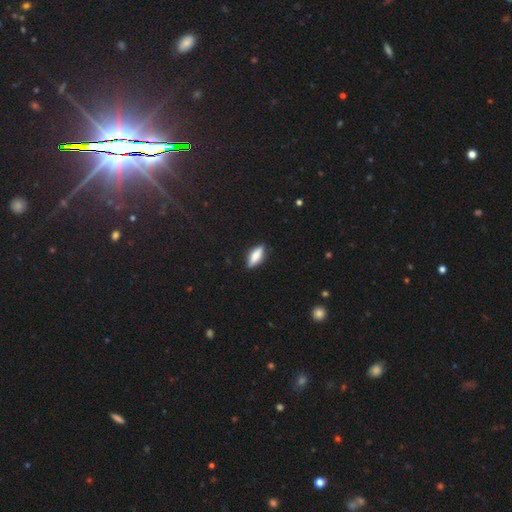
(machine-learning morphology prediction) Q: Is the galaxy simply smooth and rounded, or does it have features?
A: smooth — 72%.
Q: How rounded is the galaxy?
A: in between — 61%.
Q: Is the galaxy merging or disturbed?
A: none — 86%.